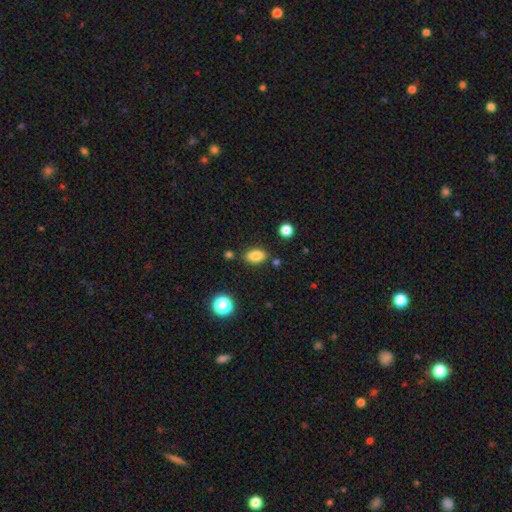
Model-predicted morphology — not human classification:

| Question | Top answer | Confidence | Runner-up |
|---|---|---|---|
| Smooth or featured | smooth | 83% | star or artifact (10%) |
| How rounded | in between | 87% | round (9%) |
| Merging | none | 82% | minor disturbance (11%) |